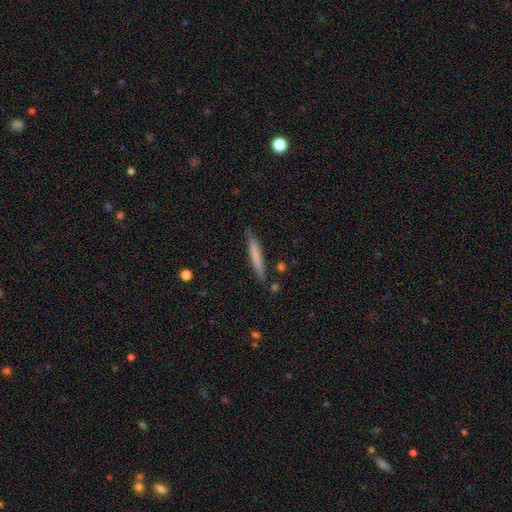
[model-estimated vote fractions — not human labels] This appears to be a smooth galaxy with no disk features (67%) that is cigar-shaped (95%). Merging: none (83%).